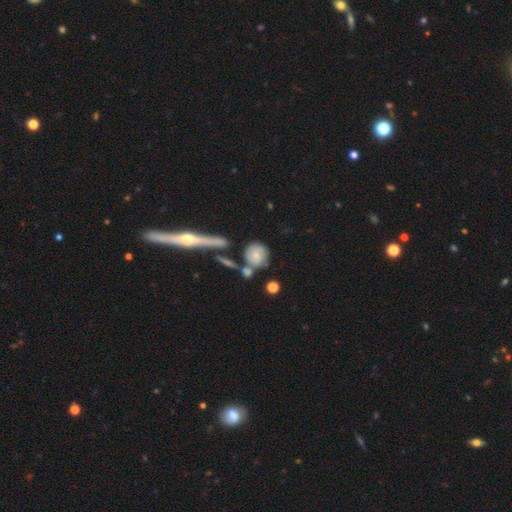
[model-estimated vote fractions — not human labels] Q: Smooth or featured?
A: smooth (62%); runner-up: featured or disk (30%)
Q: How rounded?
A: round (76%); runner-up: in between (20%)
Q: Merging?
A: none (54%); runner-up: merger (20%)